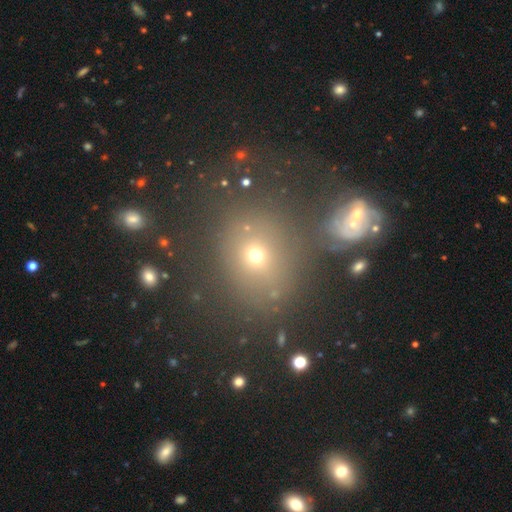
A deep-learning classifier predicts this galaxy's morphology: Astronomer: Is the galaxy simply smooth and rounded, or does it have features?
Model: smooth — 63%.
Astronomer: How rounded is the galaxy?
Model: round — 70%.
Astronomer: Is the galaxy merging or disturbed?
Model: none — 65%.